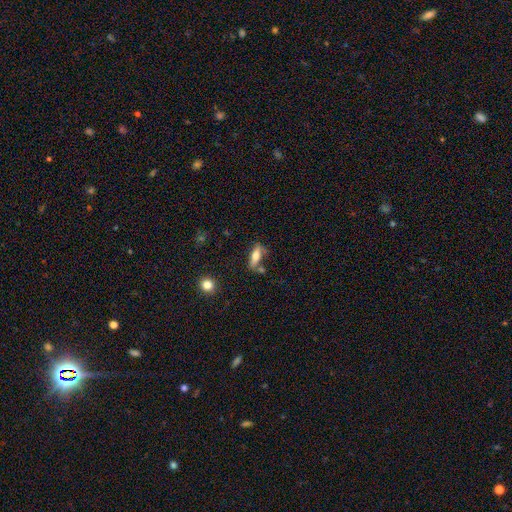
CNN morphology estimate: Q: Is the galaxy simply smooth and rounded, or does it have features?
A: smooth — 63%.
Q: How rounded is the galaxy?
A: in between — 60%.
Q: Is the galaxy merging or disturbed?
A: none — 55%.